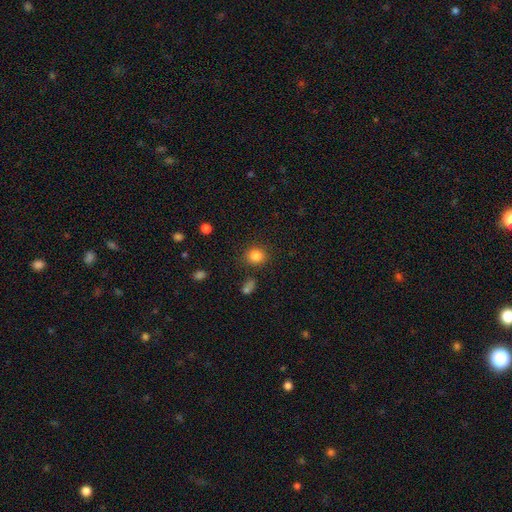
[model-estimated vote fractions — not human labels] This is clearly a smooth galaxy (84%). How rounded: clearly round (82%). Merging: clearly none (83%).